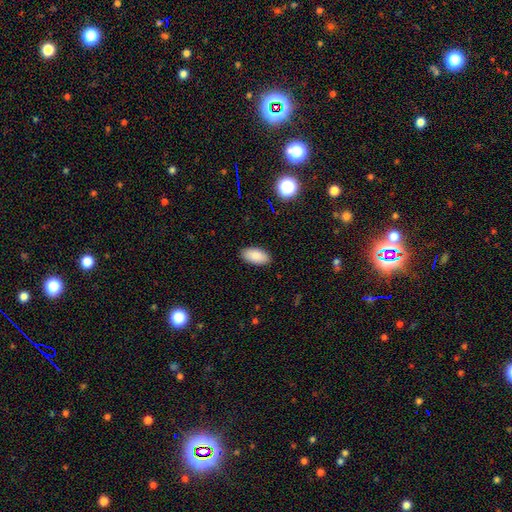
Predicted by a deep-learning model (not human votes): Smooth or featured: smooth — 88% (star or artifact — 7%)
How rounded: in between — 94% (cigar-shaped — 4%)
Merging: none — 89% (minor disturbance — 8%)